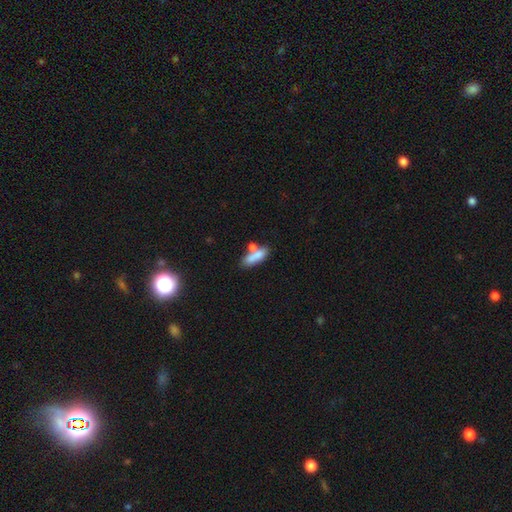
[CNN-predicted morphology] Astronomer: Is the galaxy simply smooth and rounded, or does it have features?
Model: smooth — 74%.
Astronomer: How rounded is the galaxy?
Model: in between — 55% (runner-up: cigar-shaped, 41%).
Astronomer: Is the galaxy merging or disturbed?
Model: none — 42% (runner-up: merger, 37%).